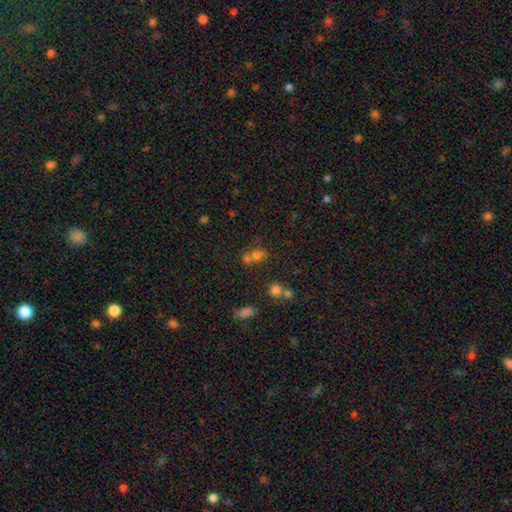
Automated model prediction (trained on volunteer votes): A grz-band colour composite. It shows a smooth galaxy with no disk features (59%) that is round (52%). Merging: merger (43%).